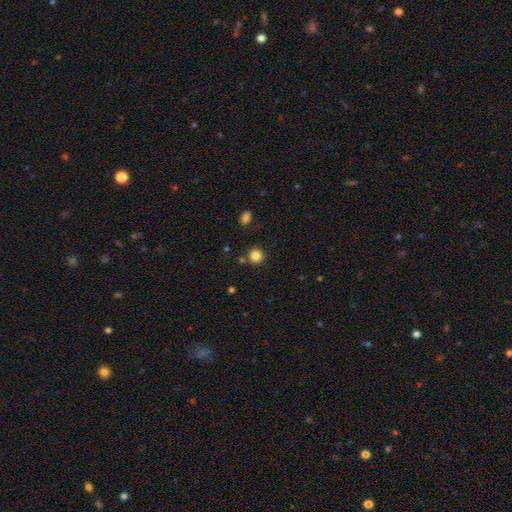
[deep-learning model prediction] Smooth or featured? Predicted: smooth (p=0.83). How rounded? Predicted: round (p=0.93). Merging? Predicted: none (p=0.85).